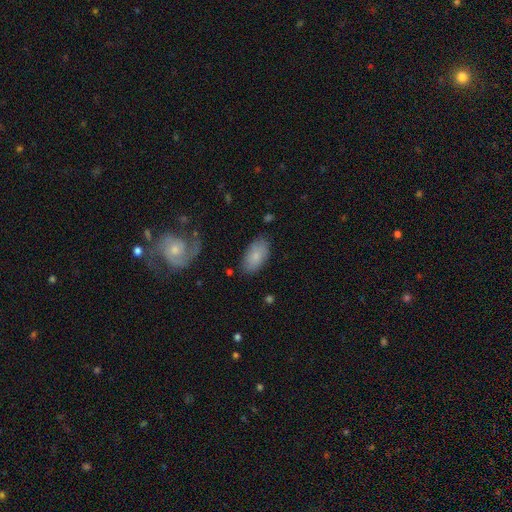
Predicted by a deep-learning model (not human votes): smooth_or_featured: smooth (p=0.80) [alt: featured or disk p=0.14]
how_rounded: in between (p=0.94) [alt: round p=0.04]
merging: none (p=0.78) [alt: minor disturbance p=0.15]